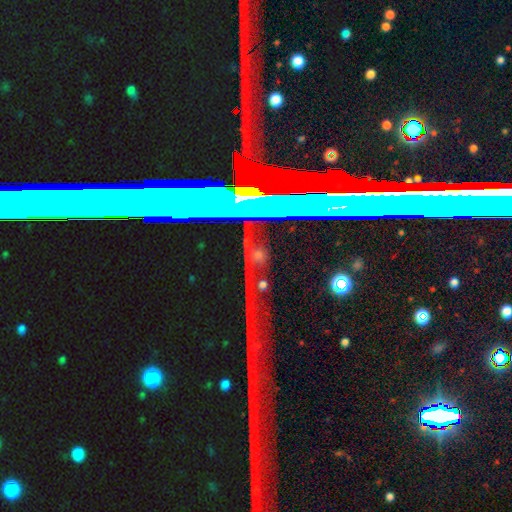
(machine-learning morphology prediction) A star or artifact, not a galaxy (60%).

Vote fractions:
- Smooth or featured? star or artifact: 60% / featured or disk: 24% / smooth: 16%